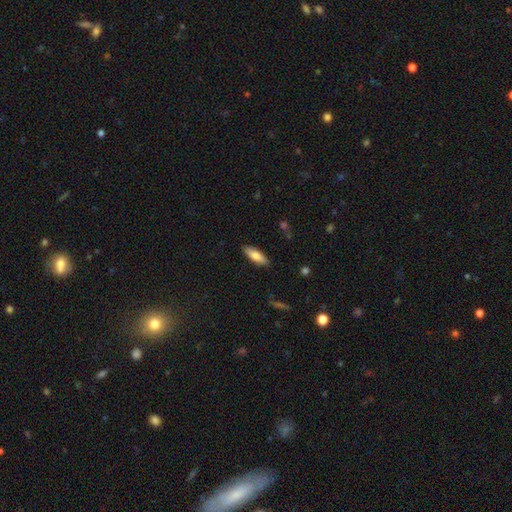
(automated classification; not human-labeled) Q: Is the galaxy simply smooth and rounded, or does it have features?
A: smooth — 78%.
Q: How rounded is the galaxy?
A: in between — 61%.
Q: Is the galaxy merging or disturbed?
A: none — 87%.